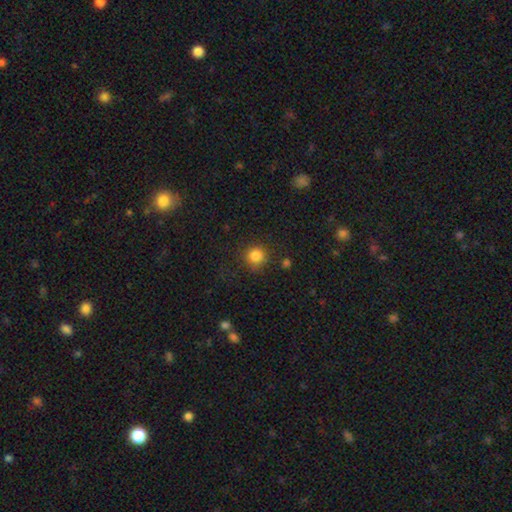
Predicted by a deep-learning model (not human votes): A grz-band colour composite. It shows a smooth galaxy with no disk features (84%) that is round (93%). Merging: none (83%).